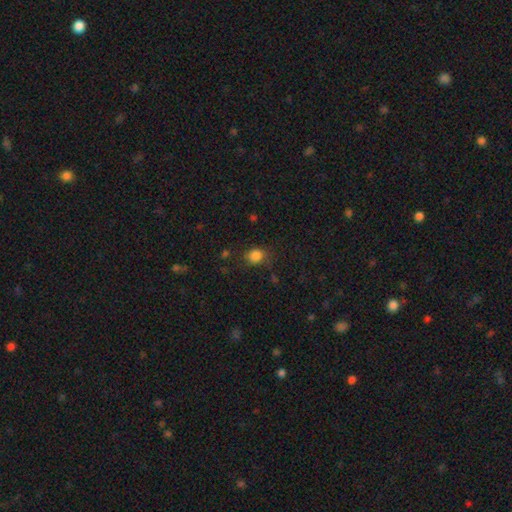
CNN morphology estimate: Smooth or featured? smooth (84%)
How rounded? round (66%)
Merging? none (74%)